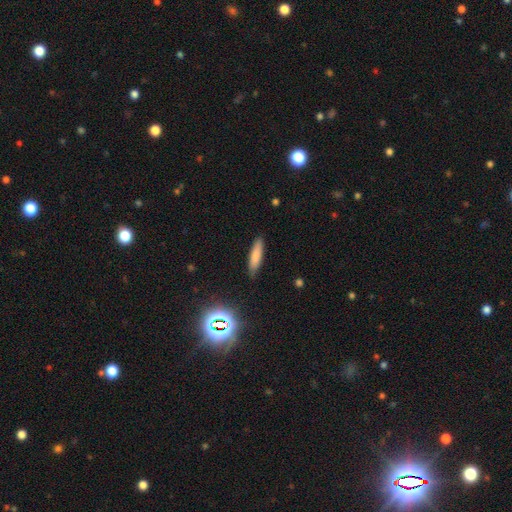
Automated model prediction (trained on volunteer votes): smooth 78%, featured or disk 12%, star or artifact 9%. Down the decision tree: how rounded — cigar-shaped (76%); merging — none (85%).